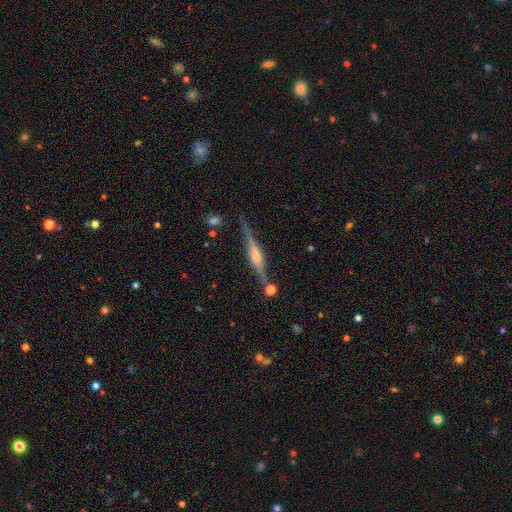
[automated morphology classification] This is clearly a featured or disk galaxy (83%). It is clearly viewed edge-on (98%). Edge-on bulge: likely rounded (68%). Merging: clearly none (82%).